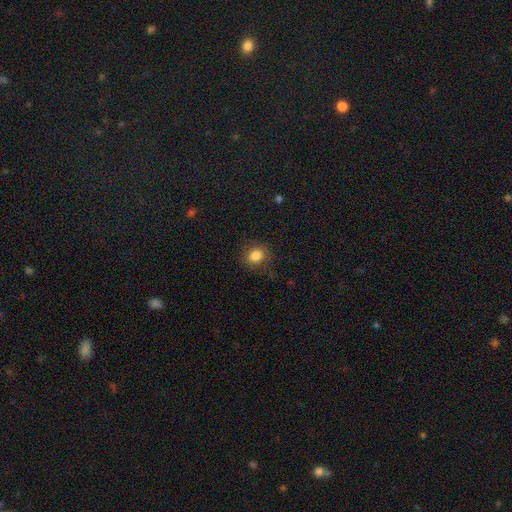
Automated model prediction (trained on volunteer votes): smooth-or-featured: smooth: 85% | star or artifact: 10% | featured or disk: 5%
  how-rounded: round: 61% | in between: 38% | cigar-shaped: 1%
  merging: none: 85% | minor disturbance: 11% | major disturbance: 4% | merger: 1%